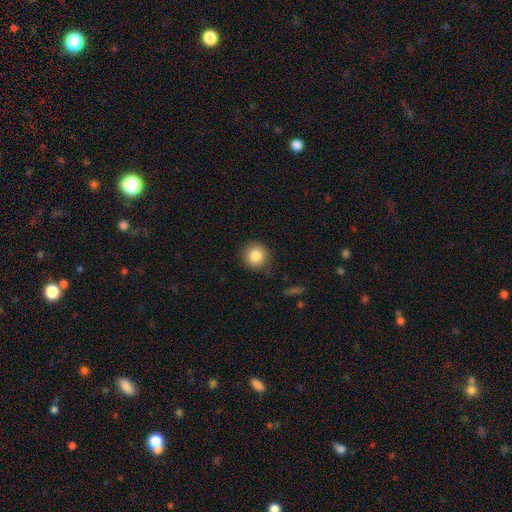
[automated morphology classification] This is clearly a smooth galaxy (84%). How rounded: clearly round (91%). Merging: clearly none (86%).